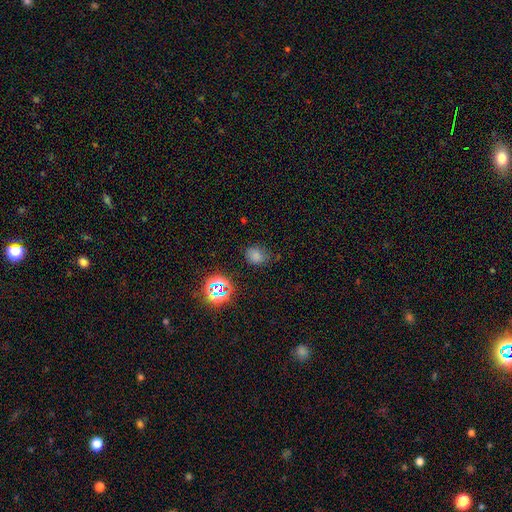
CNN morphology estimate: This appears to be a smooth galaxy with no disk features (69%) that is in between round and cigar-shaped (50%). Merging: none (71%).